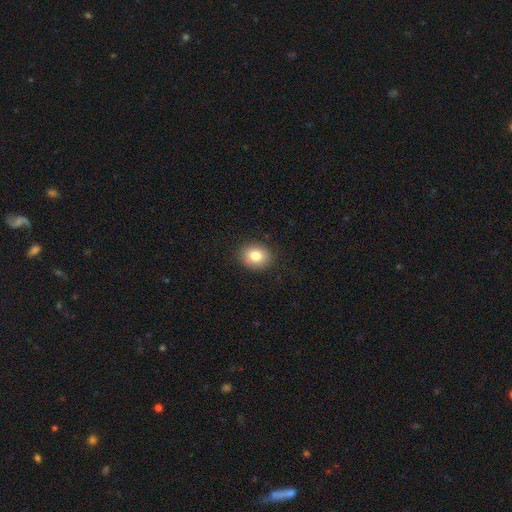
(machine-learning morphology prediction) Smooth or featured? smooth (82%)
How rounded? round (57%)
Merging? none (89%)